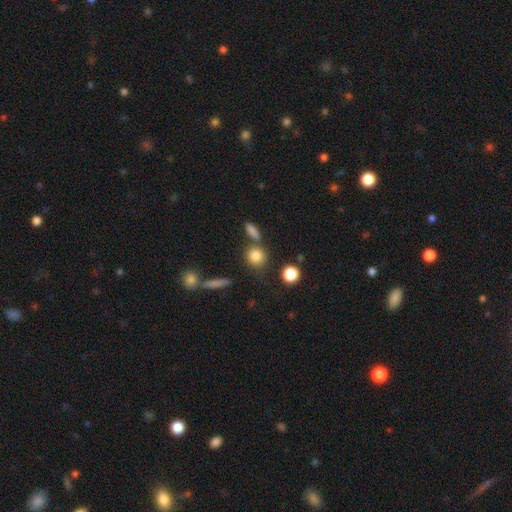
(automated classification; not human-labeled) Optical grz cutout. It shows a smooth galaxy with no disk features (82%) that is round (82%). Merging: none (71%).